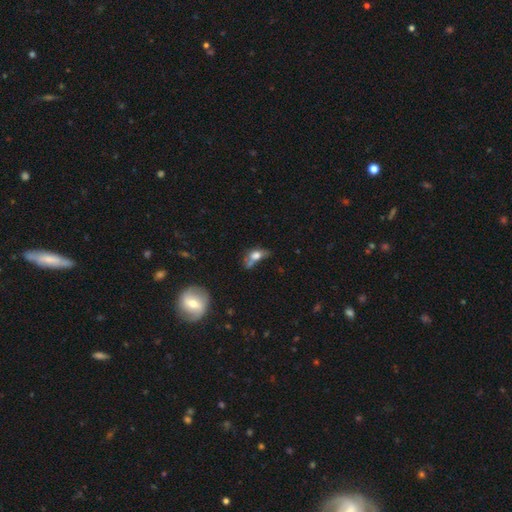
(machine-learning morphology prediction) Smooth or featured: smooth — 62% (featured or disk — 26%)
How rounded: in between — 72% (round — 18%)
Merging: merger — 27% (major disturbance — 26%)